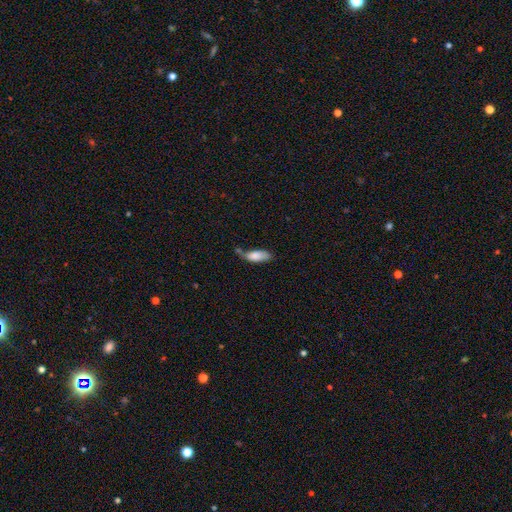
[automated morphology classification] type=smooth (81%); roundness=in between (78%); merging=none (41%).